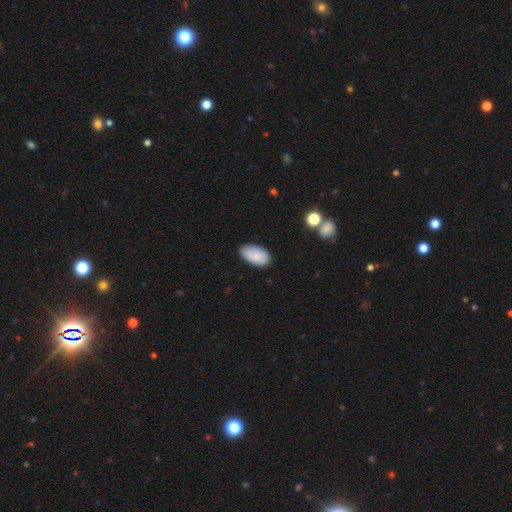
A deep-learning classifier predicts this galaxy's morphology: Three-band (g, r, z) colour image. It shows a smooth galaxy with no disk features (84%) that is in between round and cigar-shaped (95%). Merging: none (81%).